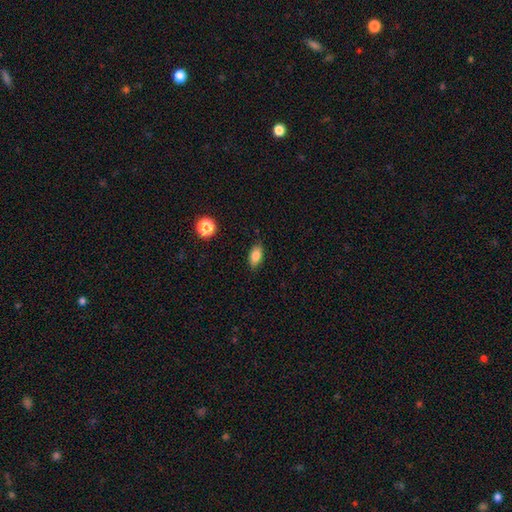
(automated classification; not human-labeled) smooth 82%, star or artifact 9%, featured or disk 9%. Down the decision tree: how rounded — in between (87%); merging — none (85%).